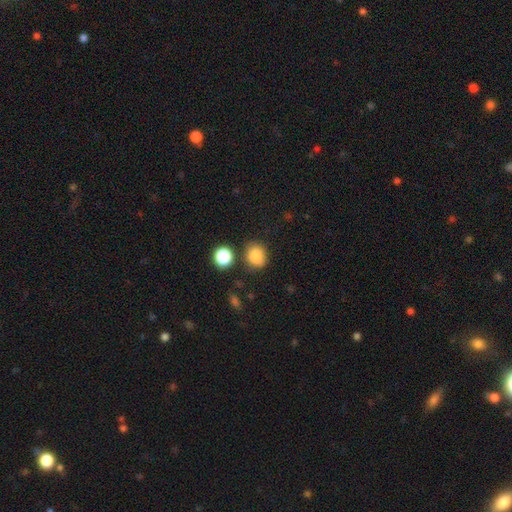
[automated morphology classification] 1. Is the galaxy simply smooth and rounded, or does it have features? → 83% smooth, 11% star or artifact, 6% featured or disk.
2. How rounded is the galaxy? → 66% round, 33% in between, 1% cigar-shaped.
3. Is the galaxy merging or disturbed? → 75% none, 15% minor disturbance, 6% merger, 4% major disturbance.